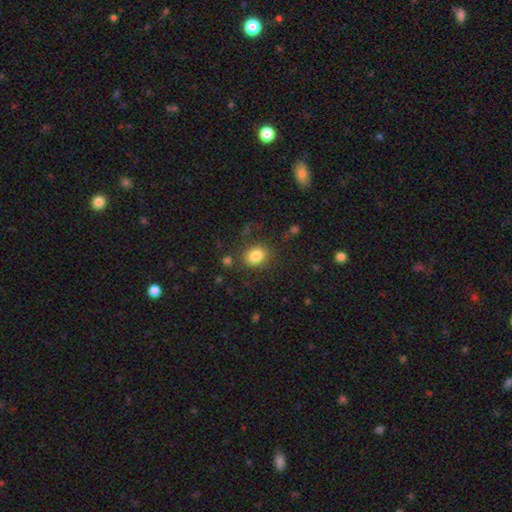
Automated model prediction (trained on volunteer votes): The model was most divided on "how rounded": round: 56%, in between: 43%, cigar-shaped: 1%. More confident: smooth or featured — smooth (83%); merging — none (79%).